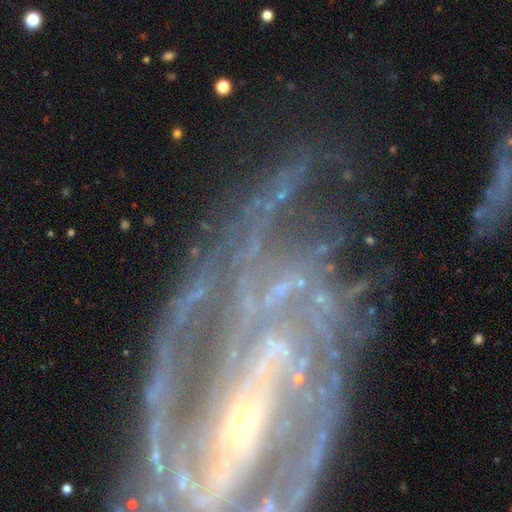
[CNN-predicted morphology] Q: Smooth or featured?
A: featured or disk (81%); runner-up: star or artifact (12%)
Q: Edge-on disk?
A: no (95%); runner-up: yes (5%)
Q: Bar?
A: no (36%); runner-up: strong (35%)
Q: Spiral arms?
A: yes (88%); runner-up: no (12%)
Q: Spiral winding?
A: tight (44%); runner-up: medium (35%)
Q: Spiral arm count?
A: 2 (28%); runner-up: can't tell (27%)
Q: Bulge size?
A: small (69%); runner-up: moderate (18%)
Q: Merging?
A: none (52%); runner-up: major disturbance (26%)